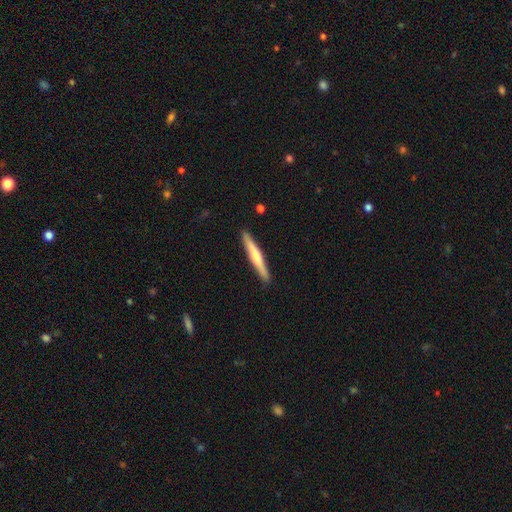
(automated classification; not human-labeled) smooth_or_featured: featured or disk (p=0.48) [alt: smooth p=0.47]
merging: none (p=0.91) [alt: minor disturbance p=0.07]